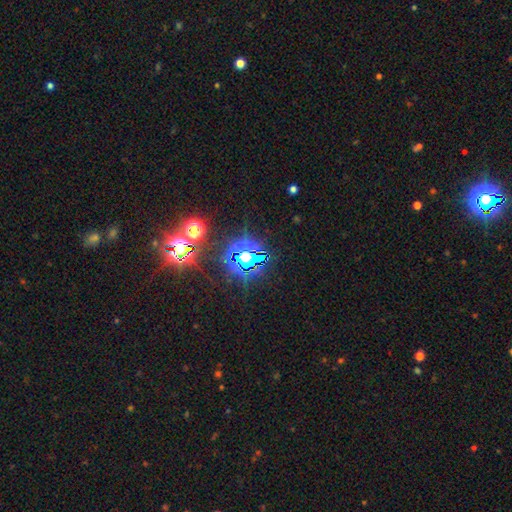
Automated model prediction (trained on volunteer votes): Smooth or featured: star or artifact — 79% (smooth — 12%)